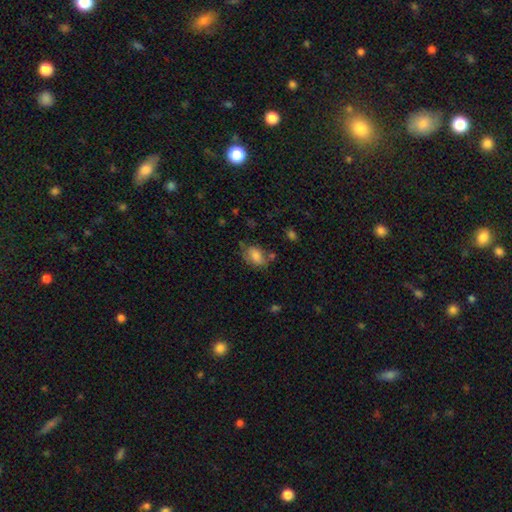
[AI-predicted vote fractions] The model was most divided on "merging": none: 56%, minor disturbance: 25%, merger: 10%, major disturbance: 9%. More confident: how rounded — in between (81%); smooth or featured — smooth (75%).